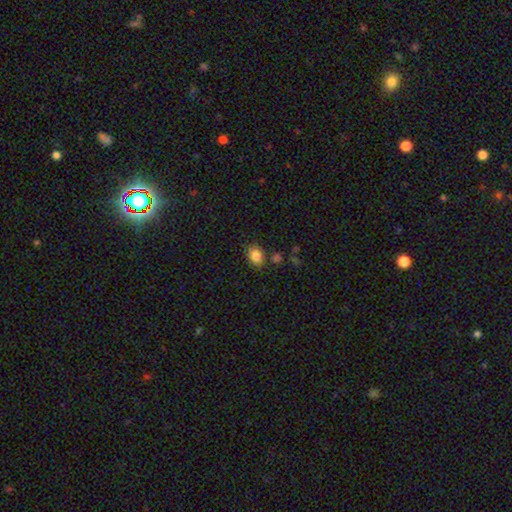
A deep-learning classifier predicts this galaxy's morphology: Smooth or featured: smooth — 85% (star or artifact — 10%)
How rounded: in between — 60% (round — 39%)
Merging: none — 76% (minor disturbance — 14%)